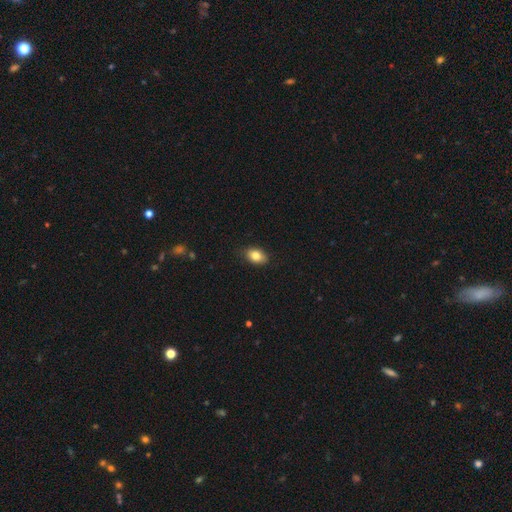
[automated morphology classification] A smooth galaxy with no disk features (83%) that is in between round and cigar-shaped (83%). Merging: none (85%).